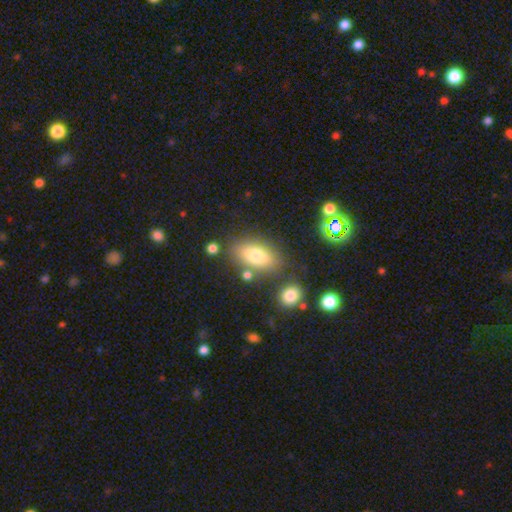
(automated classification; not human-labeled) A smooth galaxy with no disk features (76%) that is in between round and cigar-shaped (86%).

Vote fractions:
- Smooth or featured? smooth: 76% / featured or disk: 13% / star or artifact: 11%
- How rounded? in between: 86% / round: 8% / cigar-shaped: 6%
- Merging? none: 77% / minor disturbance: 12% / merger: 7% / major disturbance: 4%